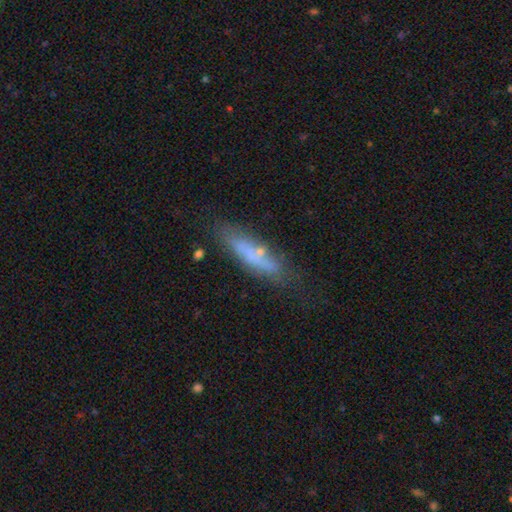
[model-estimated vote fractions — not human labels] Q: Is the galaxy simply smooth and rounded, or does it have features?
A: smooth — 52%.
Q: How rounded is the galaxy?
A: cigar-shaped — 74%.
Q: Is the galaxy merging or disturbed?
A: none — 62%.